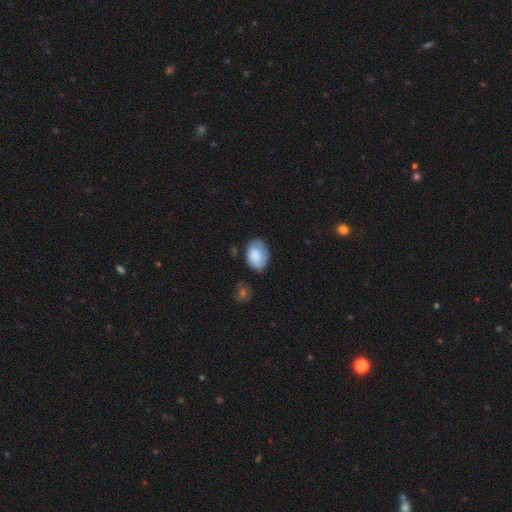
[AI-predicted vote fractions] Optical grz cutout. It shows a smooth galaxy with no disk features (74%) that is in between round and cigar-shaped (79%). Merging: none (63%).